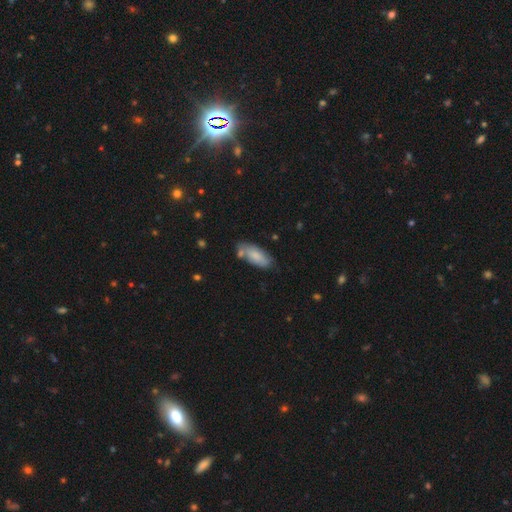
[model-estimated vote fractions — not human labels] smooth 78%, featured or disk 16%, star or artifact 6%. Down the decision tree: how rounded — in between (83%); merging — none (63%).